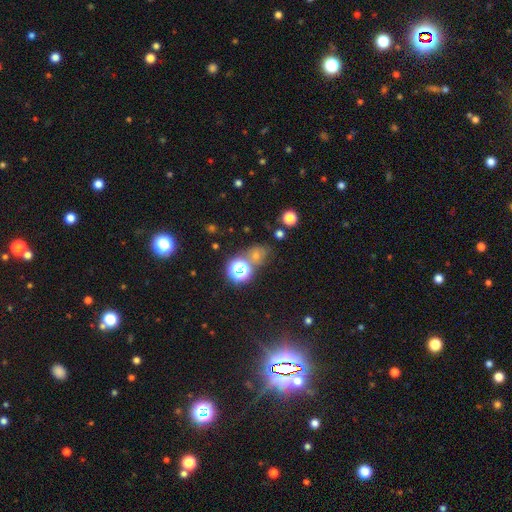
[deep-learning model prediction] smooth_or_featured: star or artifact (p=0.59) [alt: smooth p=0.31]